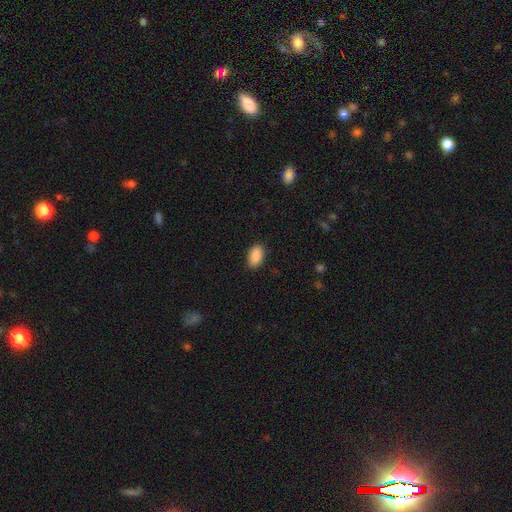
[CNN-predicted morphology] Smooth or featured?
  - smooth: 90% *
  - star or artifact: 7%
  - featured or disk: 3%
How rounded?
  - in between: 92% *
  - round: 6%
  - cigar-shaped: 2%
Merging?
  - none: 87% *
  - minor disturbance: 10%
  - major disturbance: 2%
  - merger: 1%